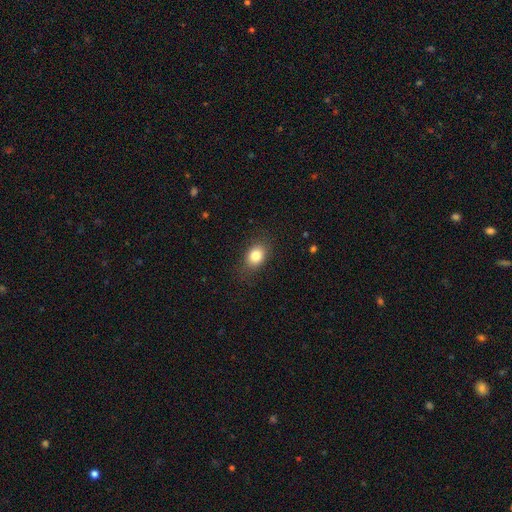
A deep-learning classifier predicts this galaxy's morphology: A smooth galaxy with no disk features (82%) that is in between round and cigar-shaped (64%).

Vote fractions:
- Smooth or featured? smooth: 82% / star or artifact: 10% / featured or disk: 8%
- How rounded? in between: 64% / round: 34% / cigar-shaped: 1%
- Merging? none: 81% / minor disturbance: 14% / major disturbance: 4% / merger: 1%